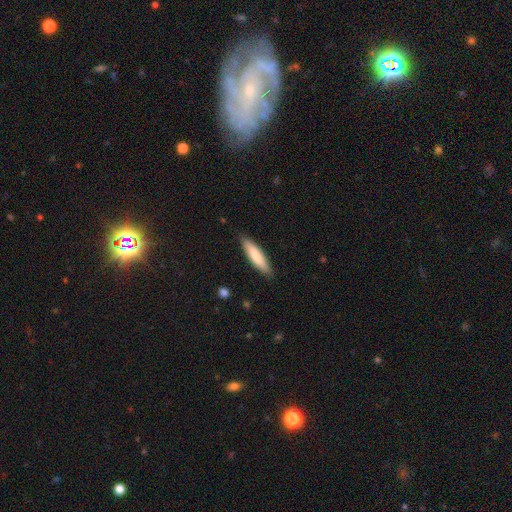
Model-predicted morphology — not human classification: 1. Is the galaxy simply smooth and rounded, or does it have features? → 80% smooth, 15% featured or disk, 5% star or artifact.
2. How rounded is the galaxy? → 75% cigar-shaped, 24% in between, 1% round.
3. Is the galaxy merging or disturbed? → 87% none, 10% minor disturbance, 2% major disturbance, 1% merger.